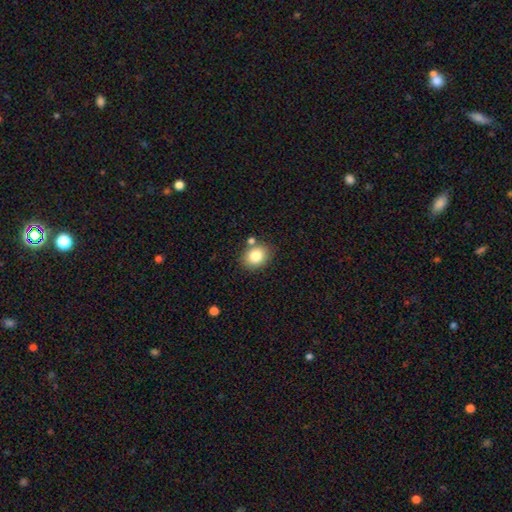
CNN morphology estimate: A smooth galaxy with no disk features (82%) that is in between round and cigar-shaped (50%). Merging: none (75%).